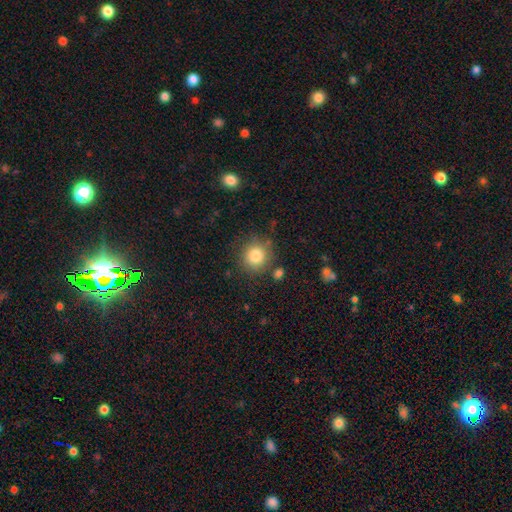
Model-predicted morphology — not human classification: type=smooth (83%); roundness=round (91%); merging=none (81%).